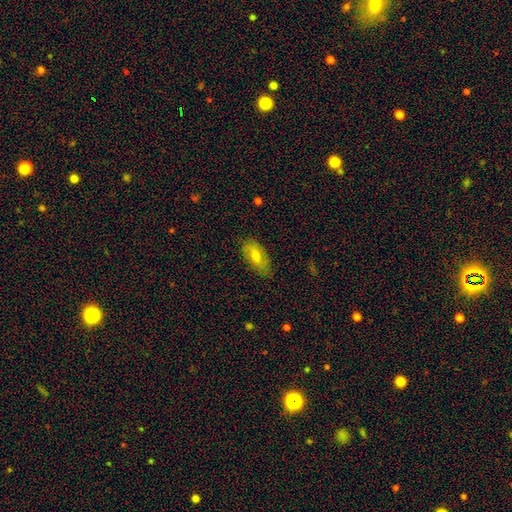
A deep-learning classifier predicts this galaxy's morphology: smooth 70%, featured or disk 23%, star or artifact 7%. Down the decision tree: how rounded — in between (91%); merging — none (77%).